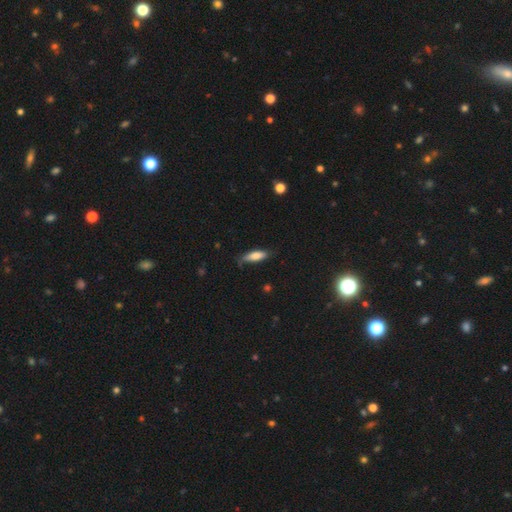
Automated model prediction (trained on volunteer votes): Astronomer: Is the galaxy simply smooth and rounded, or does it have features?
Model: smooth — 74%.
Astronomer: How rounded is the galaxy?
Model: in between — 51% (runner-up: cigar-shaped, 47%).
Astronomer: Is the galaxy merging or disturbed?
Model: none — 70%.